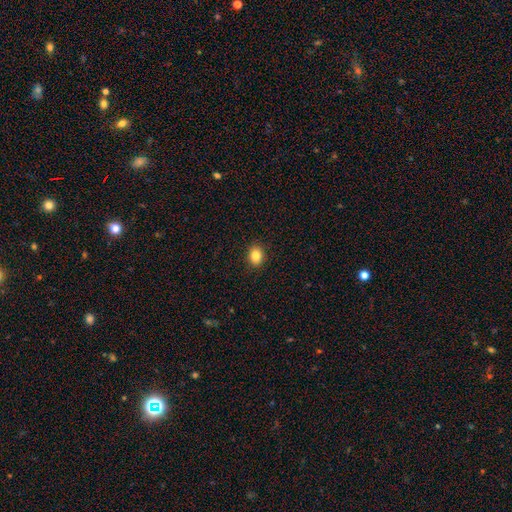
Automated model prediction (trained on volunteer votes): A smooth galaxy with no disk features (85%) that is in between round and cigar-shaped (52%).

Vote fractions:
- Smooth or featured? smooth: 85% / star or artifact: 10% / featured or disk: 6%
- How rounded? in between: 52% / round: 47% / cigar-shaped: 1%
- Merging? none: 90% / minor disturbance: 7% / major disturbance: 2% / merger: 1%